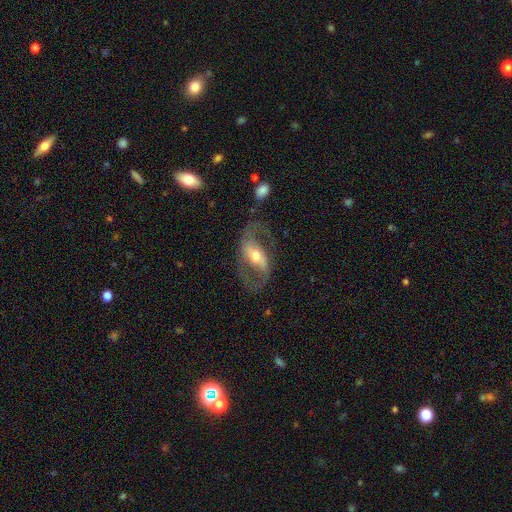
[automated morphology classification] smooth-or-featured: featured or disk: 84% | smooth: 11% | star or artifact: 5%
  disk-edge-on: no: 95% | yes: 5%
    bar: strong: 40% | weak: 36% | no: 24%
    has-spiral-arms: yes: 86% | no: 14%
      spiral-winding: medium: 52% | loose: 34% | tight: 14%
      spiral-arm-count: 2: 90% | can't tell: 5% | 1: 2% | 3: 1% | 4: 1% | more than 4: 1%
    bulge-size: moderate: 67% | small: 22% | large: 9% | dominant: 1% | none: 1%
  merging: none: 72% | minor disturbance: 13% | major disturbance: 12% | merger: 2%